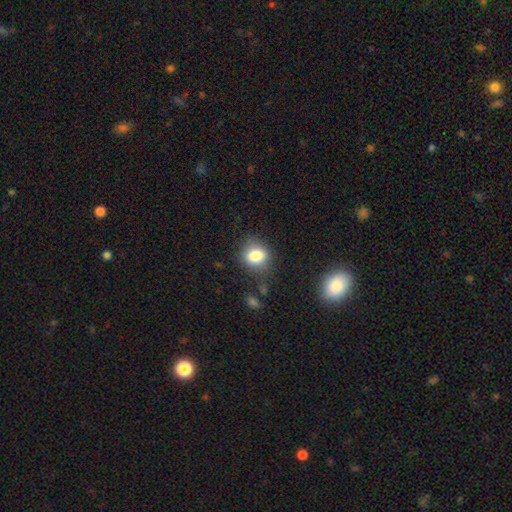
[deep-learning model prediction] This is likely a smooth galaxy (80%). How rounded: possibly round (58%). Merging: likely none (75%).